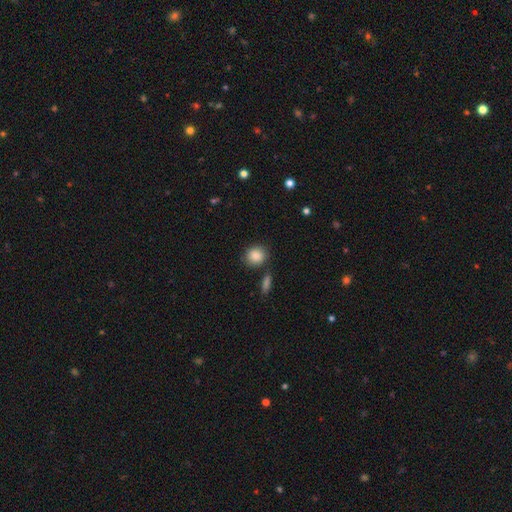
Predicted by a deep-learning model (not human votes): Overall: smooth (88%). How rounded: round (74%). Merging: none (79%).